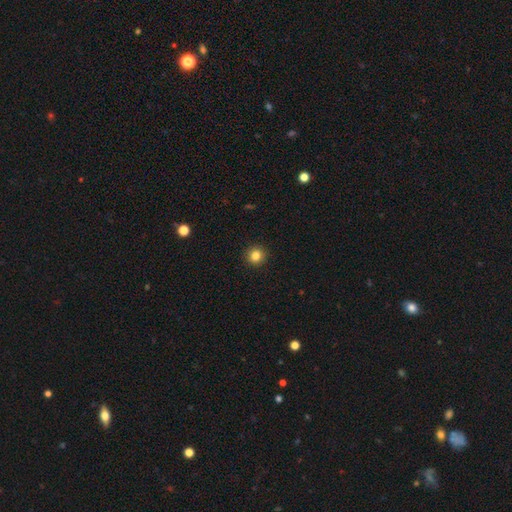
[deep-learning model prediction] Morphology: type=smooth (83%); roundness=round (94%); merging=none (93%).